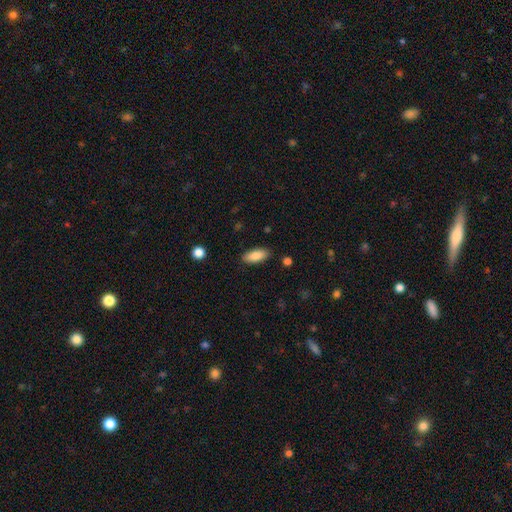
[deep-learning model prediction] Smooth or featured: smooth — 86% (featured or disk — 8%)
How rounded: in between — 83% (cigar-shaped — 15%)
Merging: none — 87% (minor disturbance — 9%)